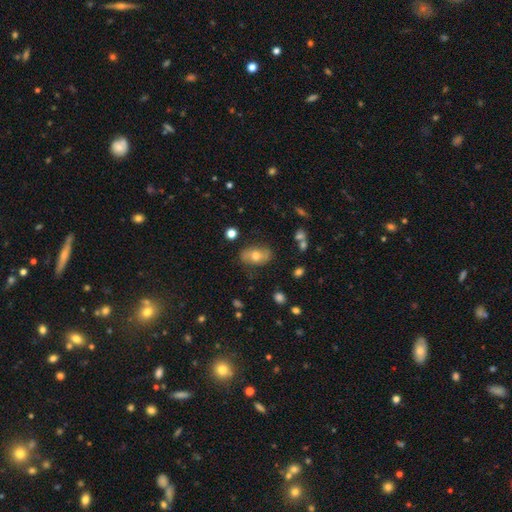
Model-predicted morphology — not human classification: Overall: smooth (56%; featured or disk 35%). How rounded: in between (86%). Merging: none (73%).